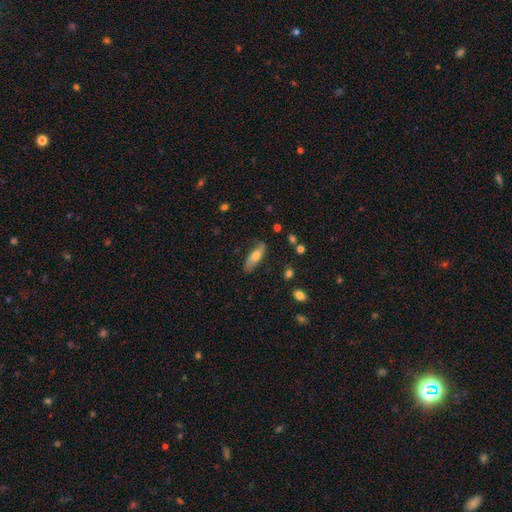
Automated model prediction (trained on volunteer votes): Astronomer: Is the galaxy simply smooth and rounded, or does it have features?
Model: smooth — 60%.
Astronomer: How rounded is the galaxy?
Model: in between — 55% (runner-up: cigar-shaped, 43%).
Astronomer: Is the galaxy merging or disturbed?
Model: none — 74%.